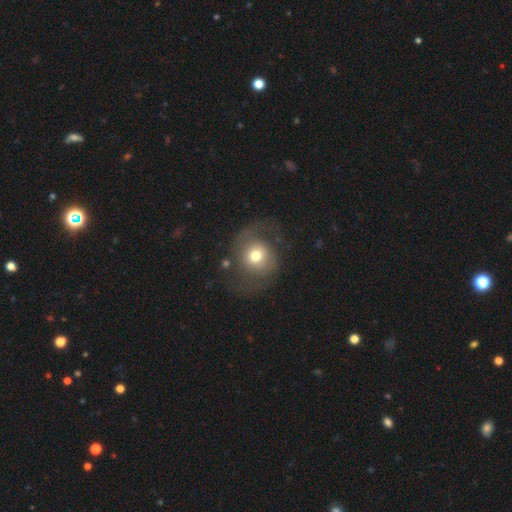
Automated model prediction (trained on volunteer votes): Smooth or featured?
  - smooth: 48% *
  - featured or disk: 43%
  - star or artifact: 9%
Merging?
  - none: 54% *
  - major disturbance: 24%
  - minor disturbance: 19%
  - merger: 3%